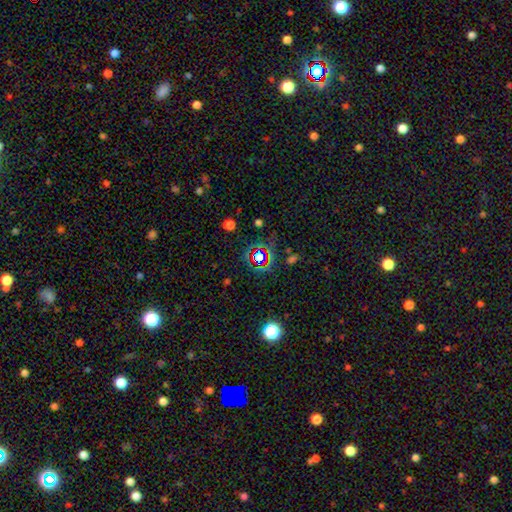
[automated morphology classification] Smooth or featured: star or artifact — 73% (smooth — 16%)